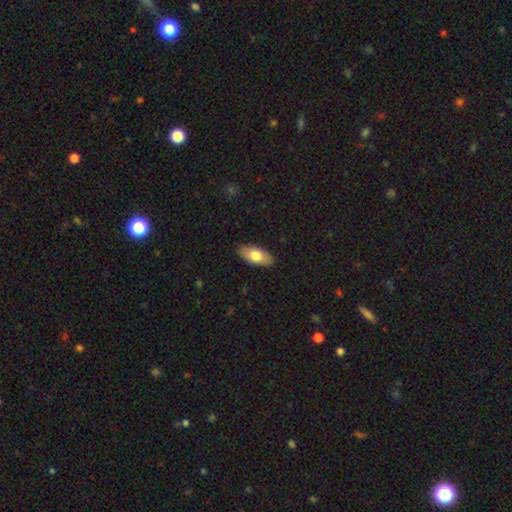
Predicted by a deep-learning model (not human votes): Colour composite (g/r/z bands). It shows a smooth galaxy with no disk features (75%) that is in between round and cigar-shaped (88%). Merging: none (89%).